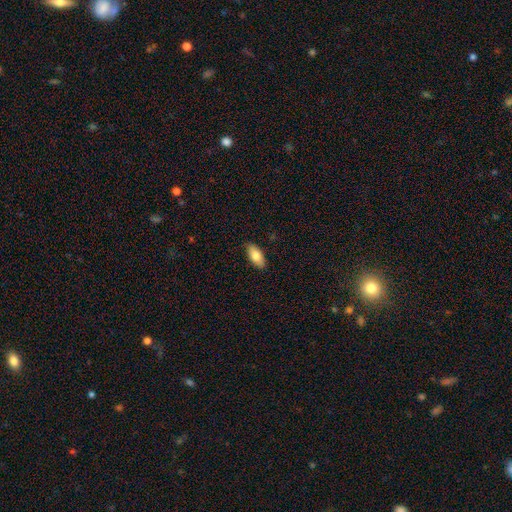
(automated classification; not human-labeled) A smooth galaxy with no disk features (82%) that is in between round and cigar-shaped (89%). Merging: none (88%).